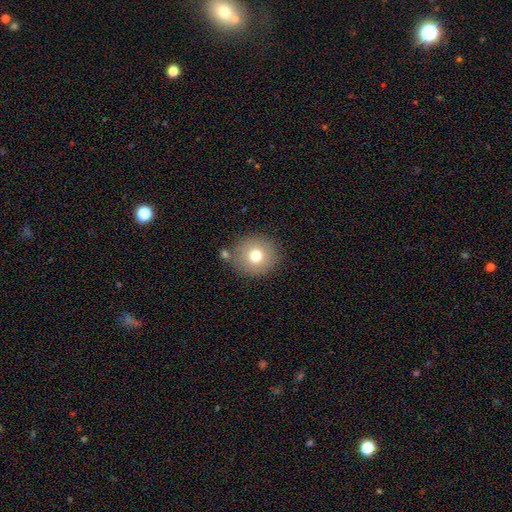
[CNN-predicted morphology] A smooth galaxy with no disk features (75%) that is round (91%). Merging: none (80%).